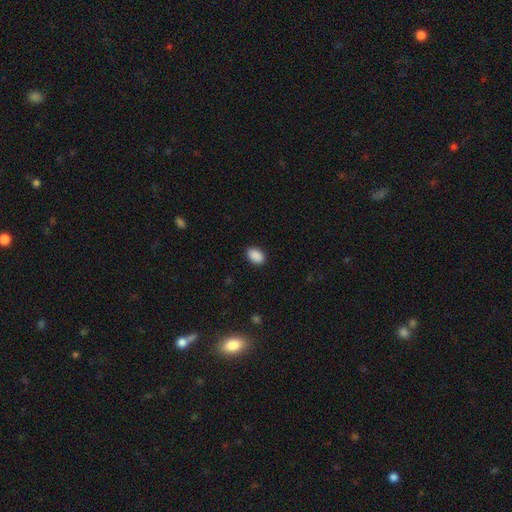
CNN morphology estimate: This appears to be a smooth galaxy with no disk features (90%) that is in between round and cigar-shaped (86%). Merging: none (88%).